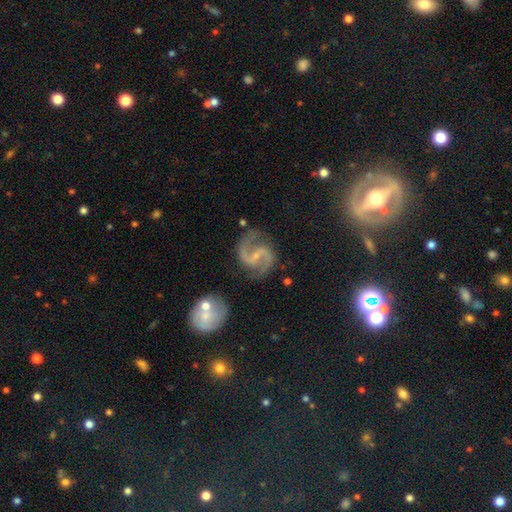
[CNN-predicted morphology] A featured or disk galaxy (92%) with a weak bar (48%), 2 (94%) medium (57%) spiral arms (98%) and a small central bulge (65%).

Vote fractions:
- Smooth or featured? featured or disk: 92% / star or artifact: 5% / smooth: 4%
- Edge-on disk? no: 98% / yes: 2%
- Bar? weak: 48% / strong: 27% / no: 25%
- Spiral arms? yes: 98% / no: 2%
- Spiral winding? medium: 57% / loose: 33% / tight: 10%
- Spiral arm count? 2: 94% / can't tell: 1% / 3: 1% / 1: 1% / 4: 1% / more than 4: 1%
- Bulge size? small: 65% / none: 20% / moderate: 14% / large: 1% / dominant: 1%
- Merging? none: 79% / minor disturbance: 14% / major disturbance: 5% / merger: 3%